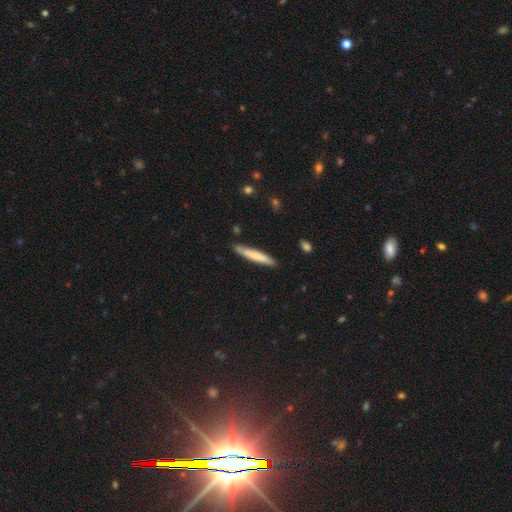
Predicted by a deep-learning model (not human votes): A smooth galaxy with no disk features (69%) that is cigar-shaped (93%). Merging: none (85%).